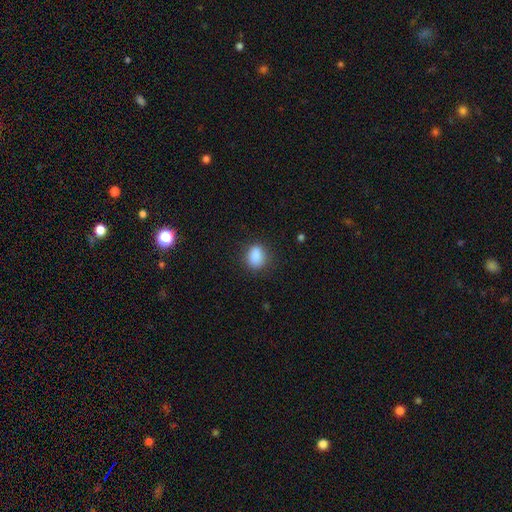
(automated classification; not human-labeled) smooth_or_featured: smooth (p=0.87) [alt: star or artifact p=0.09]
how_rounded: in between (p=0.58) [alt: round p=0.40]
merging: none (p=0.81) [alt: minor disturbance p=0.14]